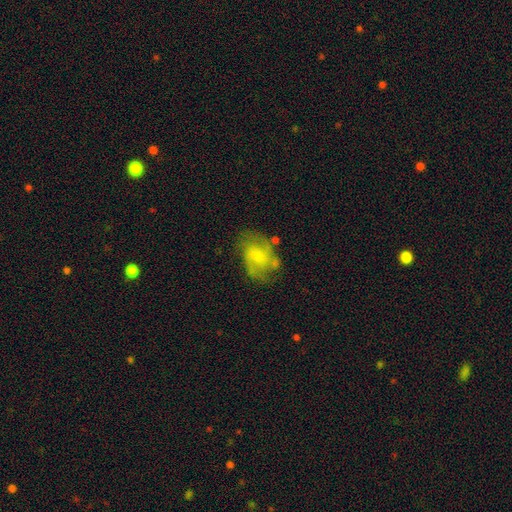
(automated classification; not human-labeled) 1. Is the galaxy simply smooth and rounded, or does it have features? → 58% featured or disk, 32% smooth, 10% star or artifact.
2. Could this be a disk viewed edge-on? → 96% no, 4% yes.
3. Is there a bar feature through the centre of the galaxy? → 60% no, 34% weak, 6% strong.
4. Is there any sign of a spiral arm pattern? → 75% yes, 25% no.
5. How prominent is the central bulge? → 54% small, 34% moderate, 8% none, 3% large, 1% dominant.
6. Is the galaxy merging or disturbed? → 59% none, 22% minor disturbance, 14% major disturbance, 5% merger.